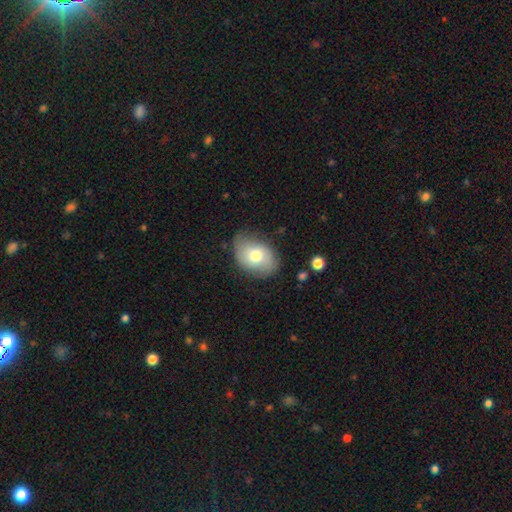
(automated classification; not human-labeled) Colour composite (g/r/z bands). It shows a smooth galaxy with no disk features (66%) that is in between round and cigar-shaped (76%). Merging: none (66%).